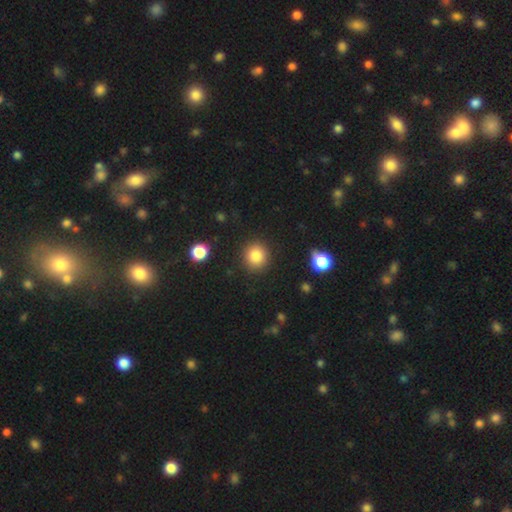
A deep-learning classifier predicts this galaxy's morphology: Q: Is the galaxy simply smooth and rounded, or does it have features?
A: smooth — 85%.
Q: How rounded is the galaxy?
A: round — 88%.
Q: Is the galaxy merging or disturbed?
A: none — 89%.